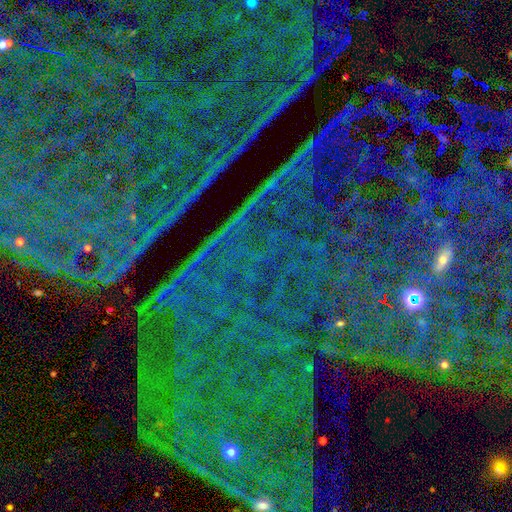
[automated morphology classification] The model was most divided on "smooth or featured": star or artifact: 87%, featured or disk: 7%, smooth: 6%.